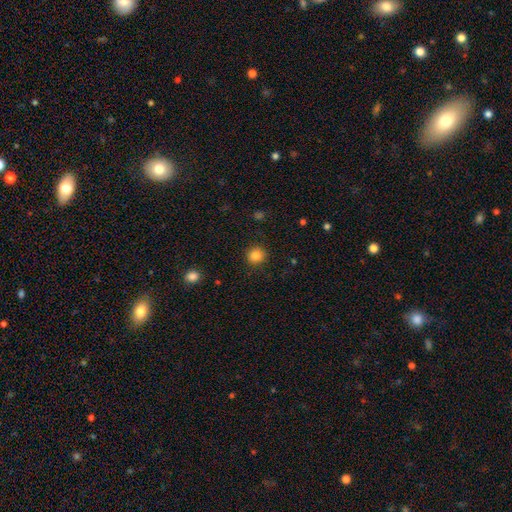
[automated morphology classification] A smooth galaxy with no disk features (84%) that is round (91%).

Vote fractions:
- Smooth or featured? smooth: 84% / star or artifact: 11% / featured or disk: 5%
- How rounded? round: 91% / in between: 8% / cigar-shaped: 1%
- Merging? none: 91% / minor disturbance: 6% / major disturbance: 2% / merger: 1%